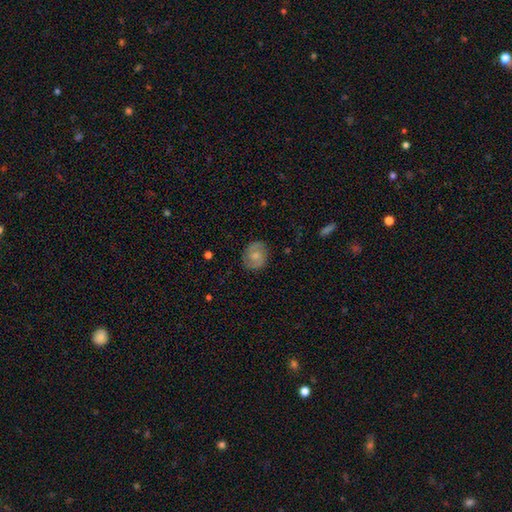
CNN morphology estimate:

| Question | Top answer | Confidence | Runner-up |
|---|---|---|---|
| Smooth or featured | featured or disk | 49% | smooth (44%) |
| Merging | none | 83% | minor disturbance (13%) |